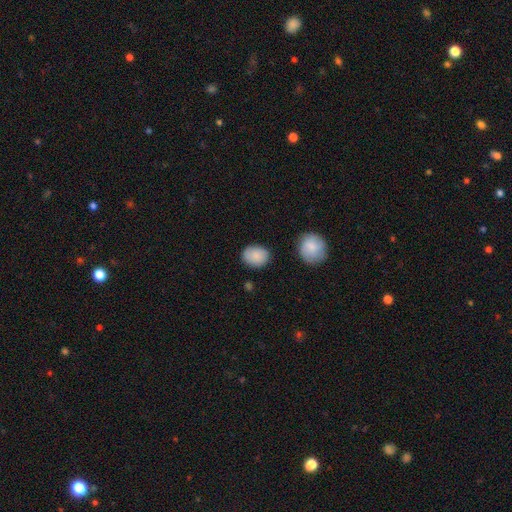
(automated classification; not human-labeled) Overall: smooth (87%). How rounded: in between (51%; round 48%). Merging: none (81%).